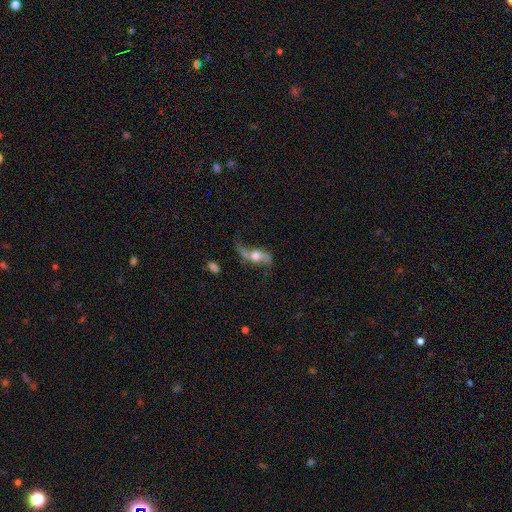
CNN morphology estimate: smooth_or_featured: featured or disk (p=0.73) [alt: smooth p=0.19]
disk_edge_on: no (p=0.81) [alt: yes p=0.19]
bar: no (p=0.61) [alt: weak p=0.27]
has_spiral_arms: yes (p=0.88) [alt: no p=0.12]
spiral_winding: loose (p=0.88) [alt: medium p=0.09]
spiral_arm_count: 2 (p=0.89) [alt: 1 p=0.05]
bulge_size: moderate (p=0.65) [alt: large p=0.16]
merging: none (p=0.55) [alt: minor disturbance p=0.23]